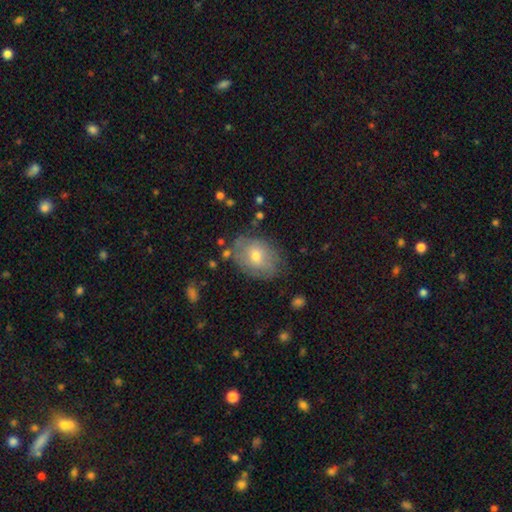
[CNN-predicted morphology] Q: Smooth or featured?
A: smooth (55%); runner-up: featured or disk (37%)
Q: How rounded?
A: in between (71%); runner-up: round (27%)
Q: Merging?
A: none (69%); runner-up: minor disturbance (22%)